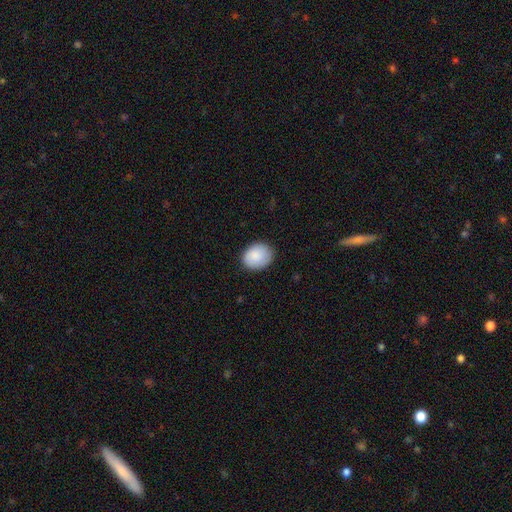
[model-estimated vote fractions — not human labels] This is clearly a smooth galaxy (88%). How rounded: possibly in between (51%). Merging: clearly none (82%).